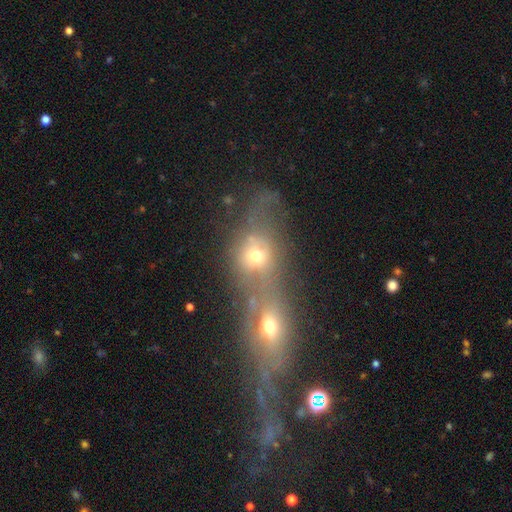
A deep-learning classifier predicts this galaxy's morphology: Smooth or featured: smooth — 47% (featured or disk — 36%)
Merging: merger — 67% (none — 15%)